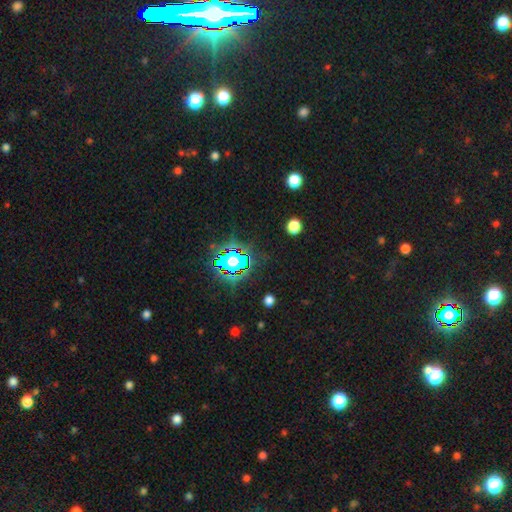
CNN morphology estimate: Overall: star or artifact (82%).